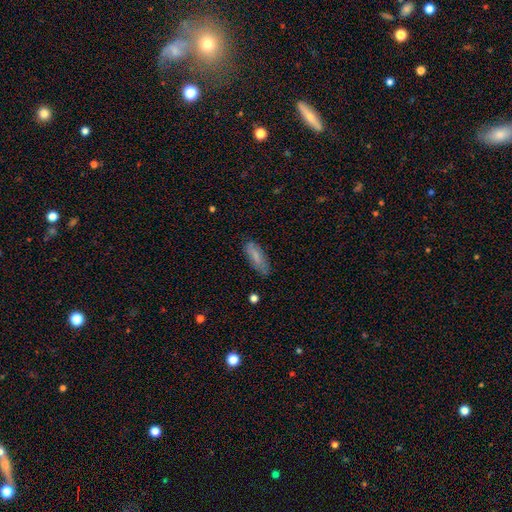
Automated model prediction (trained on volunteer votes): A smooth galaxy with no disk features (75%) that is in between round and cigar-shaped (55%).

Vote fractions:
- Smooth or featured? smooth: 75% / featured or disk: 17% / star or artifact: 7%
- How rounded? in between: 55% / cigar-shaped: 43% / round: 2%
- Merging? none: 76% / minor disturbance: 18% / major disturbance: 4% / merger: 2%